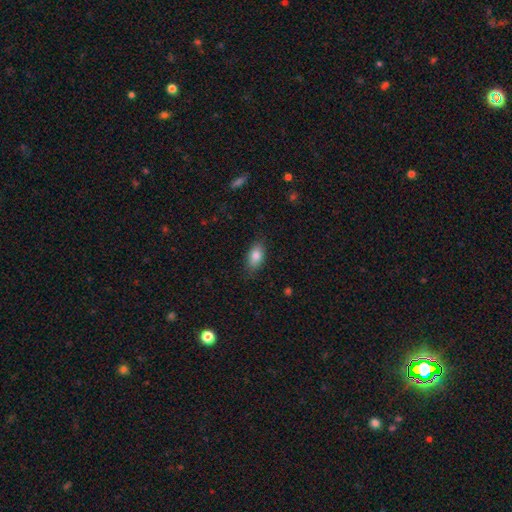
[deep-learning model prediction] A smooth galaxy with no disk features (84%) that is in between round and cigar-shaped (90%).

Vote fractions:
- Smooth or featured? smooth: 84% / featured or disk: 9% / star or artifact: 8%
- How rounded? in between: 90% / round: 6% / cigar-shaped: 4%
- Merging? none: 82% / minor disturbance: 13% / major disturbance: 3% / merger: 1%